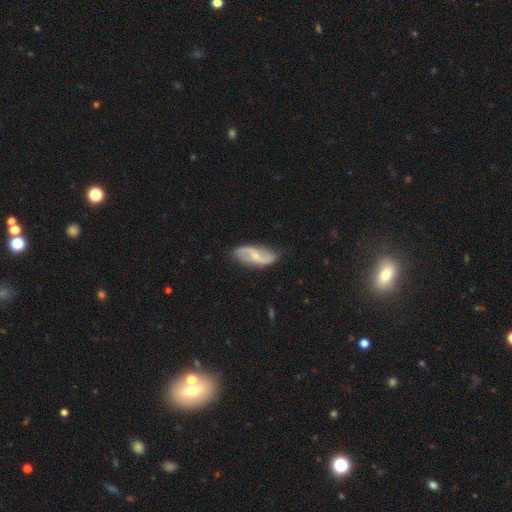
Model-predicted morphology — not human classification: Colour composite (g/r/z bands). It shows a featured or disk galaxy (79%) with a weak bar (44%), 2 (91%) loose (69%) spiral arms (93%) and a small central bulge (60%). Merging: none (80%).